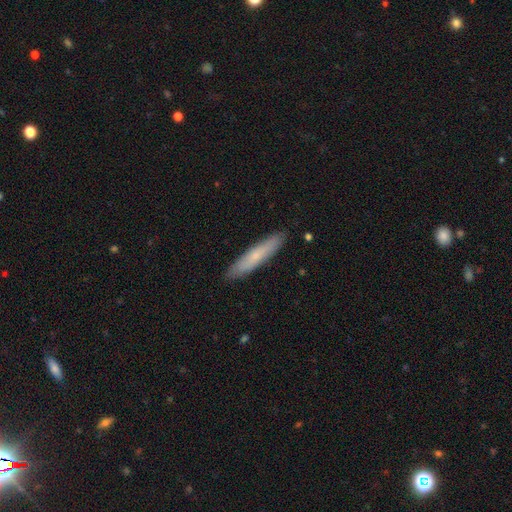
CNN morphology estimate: A smooth galaxy with no disk features (67%) that is cigar-shaped (90%).

Vote fractions:
- Smooth or featured? smooth: 67% / featured or disk: 28% / star or artifact: 6%
- How rounded? cigar-shaped: 90% / in between: 9% / round: 1%
- Merging? none: 89% / minor disturbance: 8% / major disturbance: 1% / merger: 1%